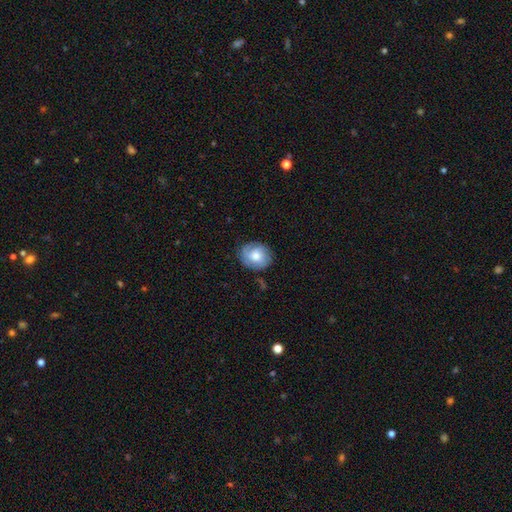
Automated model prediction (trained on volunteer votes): Morphology: type=smooth (50%); merging=none (78%).